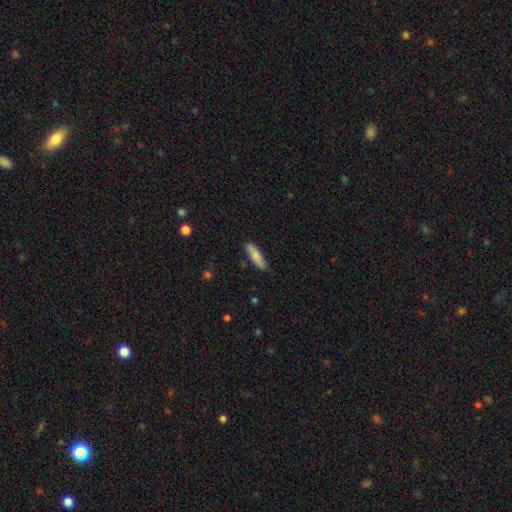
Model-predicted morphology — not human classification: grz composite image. It shows a smooth galaxy with no disk features (76%) that is cigar-shaped (64%). Merging: none (85%).